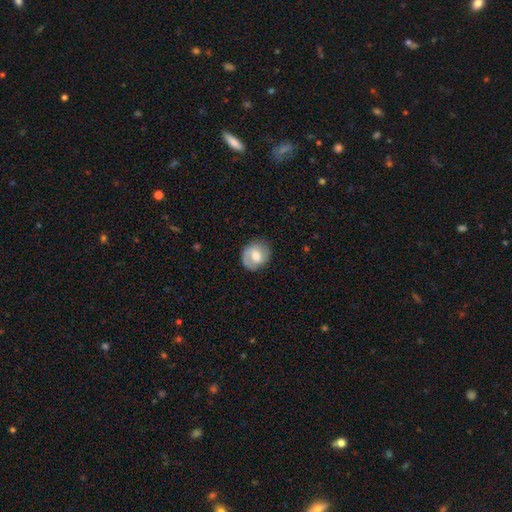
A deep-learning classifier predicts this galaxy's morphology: This is possibly a featured or disk galaxy (55%). It is clearly not viewed edge-on (97%). Bar: possibly weak (52%). Spiral arm pattern: clearly yes (81%). Central bulge: likely moderate (62%). Merging: likely none (78%).